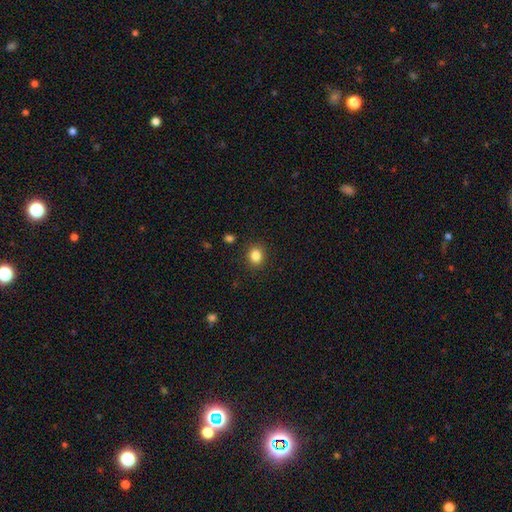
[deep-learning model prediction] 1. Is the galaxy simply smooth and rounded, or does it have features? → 85% smooth, 11% star or artifact, 5% featured or disk.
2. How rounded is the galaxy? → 65% round, 34% in between, 1% cigar-shaped.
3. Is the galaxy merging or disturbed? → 88% none, 8% minor disturbance, 2% major disturbance, 1% merger.